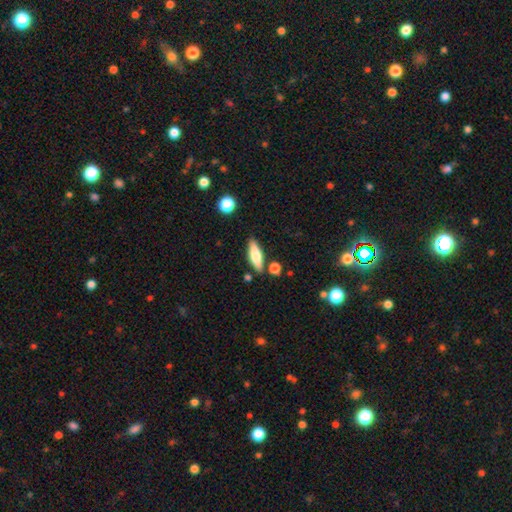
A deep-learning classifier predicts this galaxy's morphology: A smooth galaxy with no disk features (65%) that is cigar-shaped (52%). Merging: none (80%).